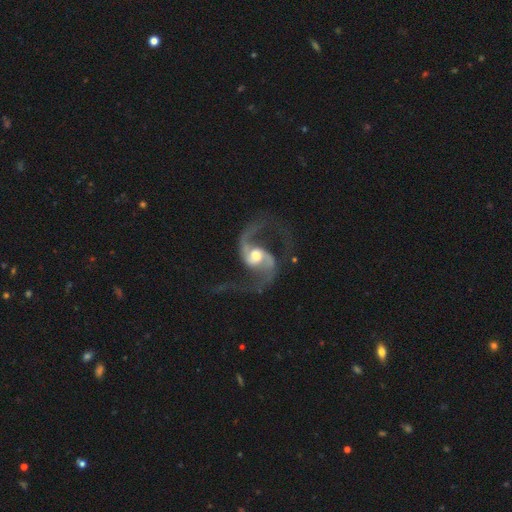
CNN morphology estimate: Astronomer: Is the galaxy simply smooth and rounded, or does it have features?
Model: featured or disk — 92%.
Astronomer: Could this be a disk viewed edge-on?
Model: no — 98%.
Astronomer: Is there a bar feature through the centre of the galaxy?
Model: weak — 40% (runner-up: no, 39%).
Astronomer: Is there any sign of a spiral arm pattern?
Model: yes — 98%.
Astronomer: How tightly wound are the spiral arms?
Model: loose — 57% (runner-up: medium, 38%).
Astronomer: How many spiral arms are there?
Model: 2 — 94%.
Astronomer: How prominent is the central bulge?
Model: moderate — 57%.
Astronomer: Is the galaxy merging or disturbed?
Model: none — 69%.